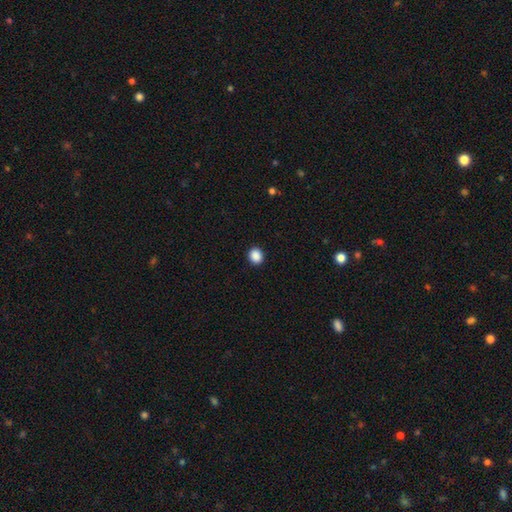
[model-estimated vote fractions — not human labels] smooth_or_featured: smooth (p=0.89) [alt: star or artifact p=0.09]
how_rounded: round (p=0.77) [alt: in between p=0.23]
merging: none (p=0.92) [alt: minor disturbance p=0.05]